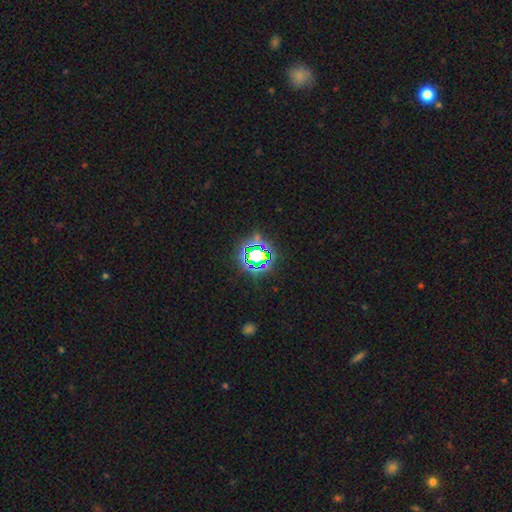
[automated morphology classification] Overall: star or artifact (71%).